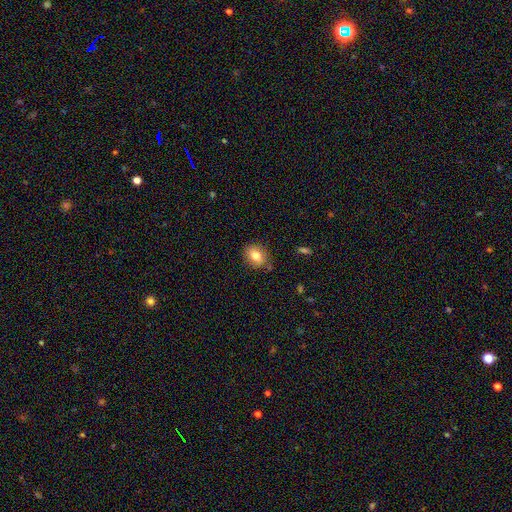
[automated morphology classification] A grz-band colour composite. It shows a smooth galaxy with no disk features (79%) that is in between round and cigar-shaped (62%). Merging: none (79%).